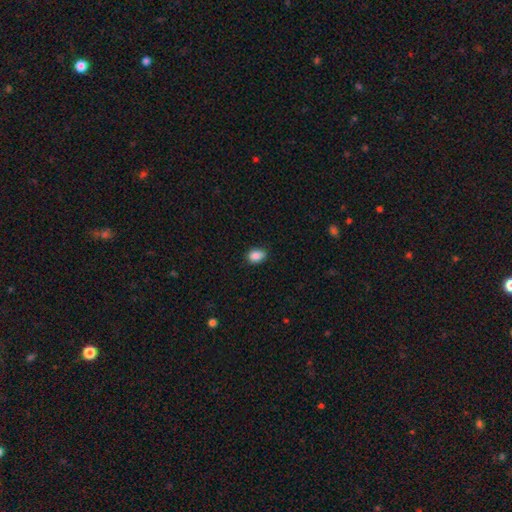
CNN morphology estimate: This is clearly a smooth galaxy (88%). How rounded: likely in between (71%). Merging: likely none (79%).